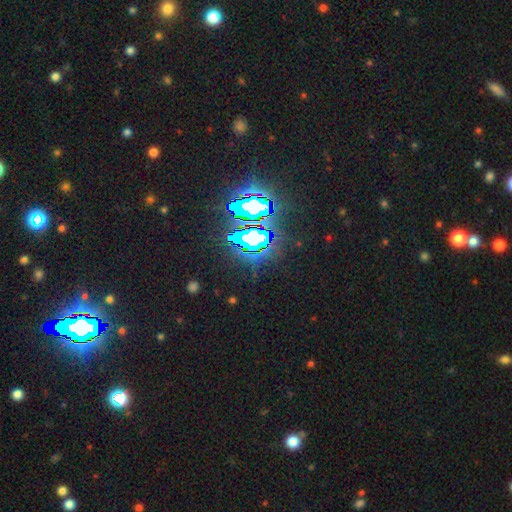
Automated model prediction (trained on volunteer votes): This is clearly a star or artifact rather than a galaxy (82%).